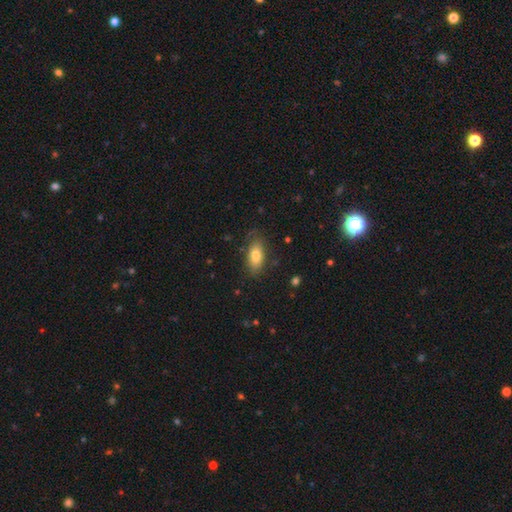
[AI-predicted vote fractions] Smooth or featured? smooth (78%)
How rounded? in between (87%)
Merging? none (75%)